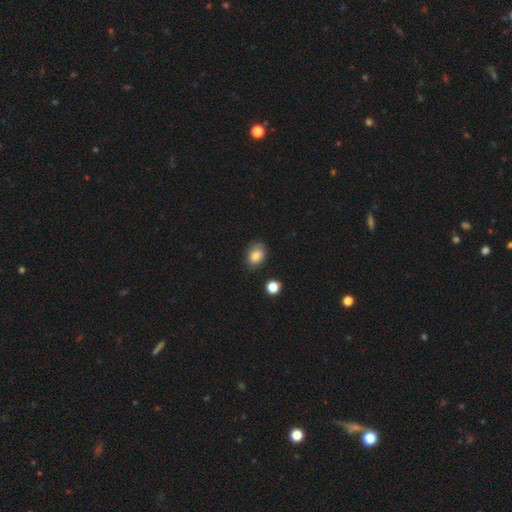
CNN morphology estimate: Smooth or featured? smooth (82%)
How rounded? in between (67%)
Merging? none (76%)